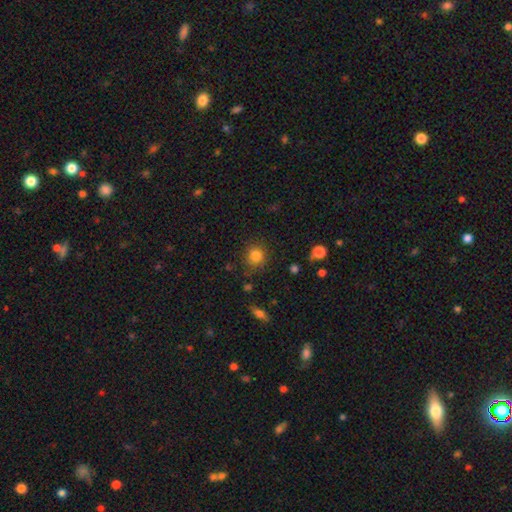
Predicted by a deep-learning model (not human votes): Smooth or featured? smooth (83%)
How rounded? round (87%)
Merging? none (78%)